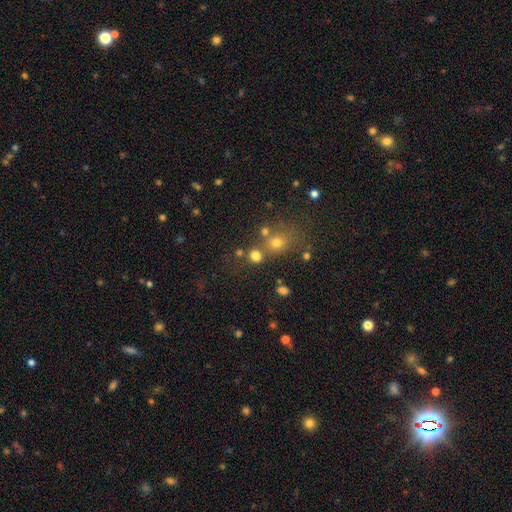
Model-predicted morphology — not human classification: smooth_or_featured: smooth (p=0.72) [alt: star or artifact p=0.20]
how_rounded: round (p=0.81) [alt: in between p=0.17]
merging: none (p=0.61) [alt: merger p=0.24]